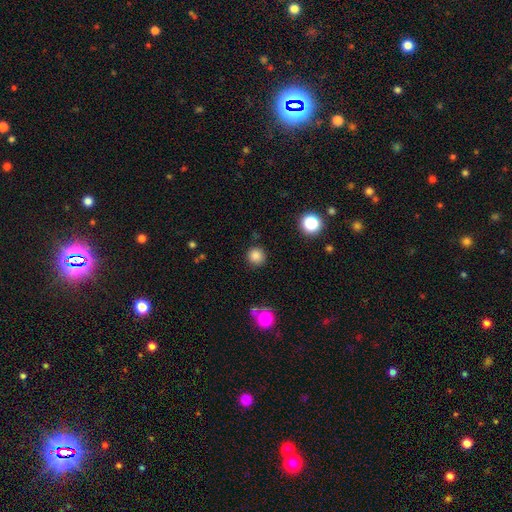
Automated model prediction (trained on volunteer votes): This appears to be a smooth galaxy with no disk features (85%) that is round (94%). Merging: none (88%).